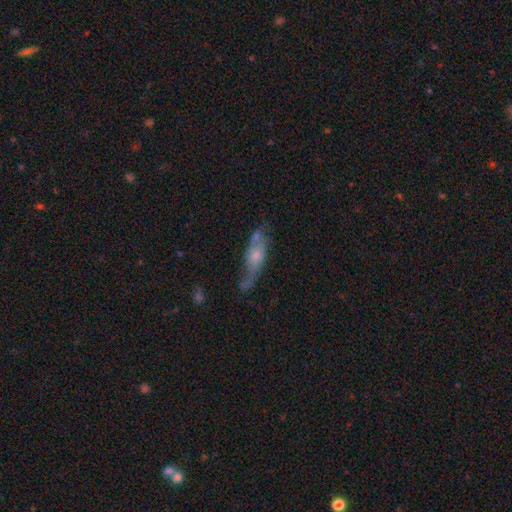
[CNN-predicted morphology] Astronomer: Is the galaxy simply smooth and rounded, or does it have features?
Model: featured or disk — 54% (runner-up: smooth, 39%).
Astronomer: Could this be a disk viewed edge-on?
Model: no — 69%.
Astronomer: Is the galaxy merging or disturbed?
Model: none — 48% (runner-up: minor disturbance, 28%).